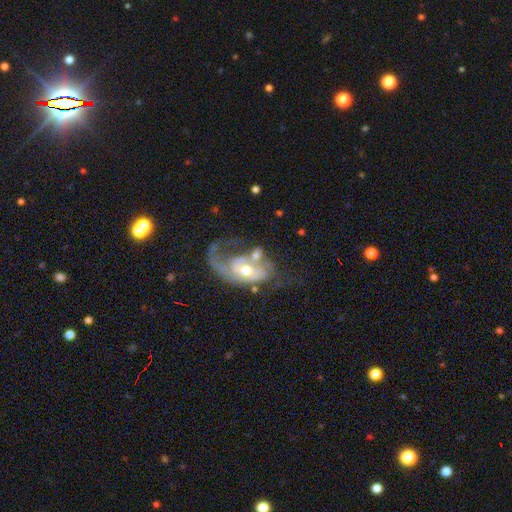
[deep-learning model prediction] Smooth or featured: featured or disk — 75% (smooth — 14%)
Edge-on disk: no — 94% (yes — 6%)
Bar: no — 65% (weak — 26%)
Spiral arms: yes — 74% (no — 26%)
Spiral winding: medium — 36% (tight — 34%)
Spiral arm count: 1 — 40% (2 — 26%)
Bulge size: moderate — 51% (small — 42%)
Merging: major disturbance — 34% (none — 30%)